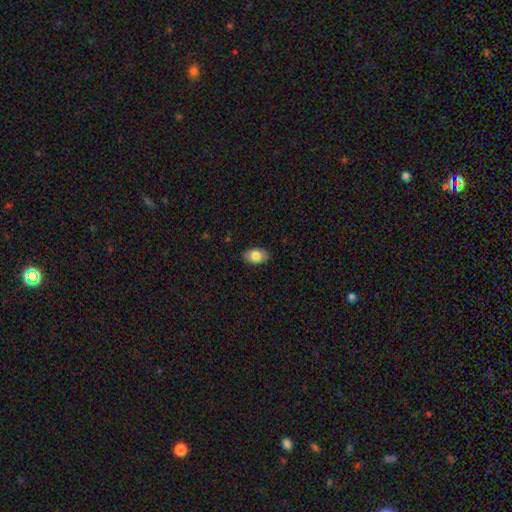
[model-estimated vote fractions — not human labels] Smooth or featured?
  - smooth: 81% *
  - featured or disk: 12%
  - star or artifact: 7%
How rounded?
  - in between: 86% *
  - round: 13%
  - cigar-shaped: 1%
Merging?
  - none: 86% *
  - minor disturbance: 11%
  - major disturbance: 2%
  - merger: 1%